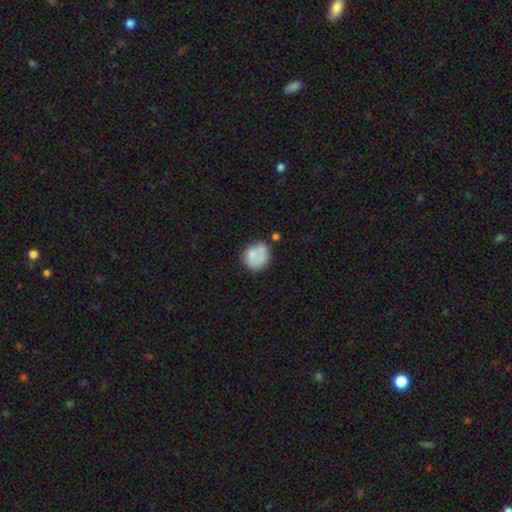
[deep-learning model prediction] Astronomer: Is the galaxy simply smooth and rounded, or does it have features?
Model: smooth — 72%.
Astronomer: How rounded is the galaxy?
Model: round — 73%.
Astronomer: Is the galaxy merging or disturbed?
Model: none — 52%.